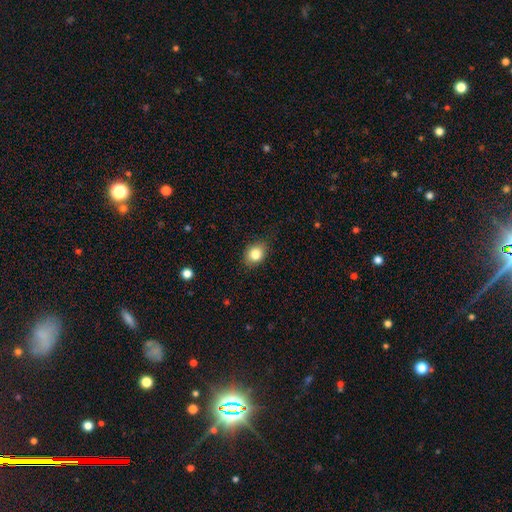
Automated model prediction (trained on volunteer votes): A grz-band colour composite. It shows a smooth galaxy with no disk features (84%) that is in between round and cigar-shaped (58%). Merging: none (80%).